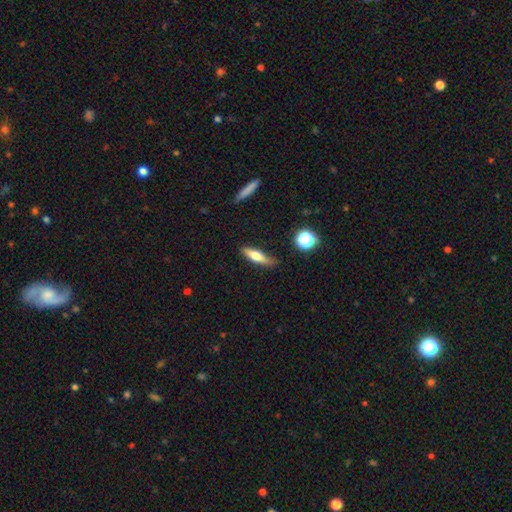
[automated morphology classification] A smooth galaxy with no disk features (56%) that is cigar-shaped (67%).

Vote fractions:
- Smooth or featured? smooth: 56% / featured or disk: 37% / star or artifact: 8%
- How rounded? cigar-shaped: 67% / in between: 30% / round: 3%
- Merging? none: 78% / minor disturbance: 16% / major disturbance: 4% / merger: 2%